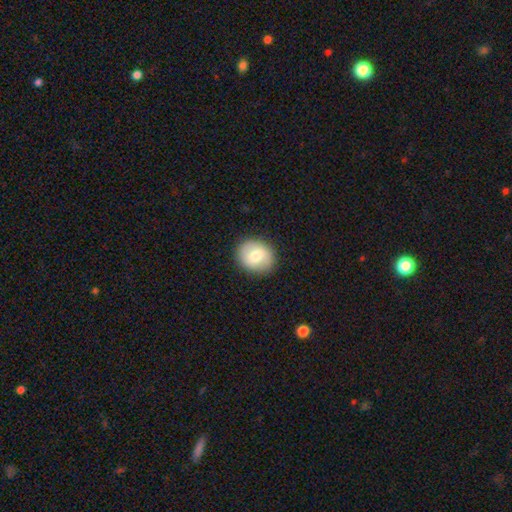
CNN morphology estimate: Smooth or featured: smooth — 69% (featured or disk — 23%)
How rounded: round — 71% (in between — 28%)
Merging: none — 88% (minor disturbance — 9%)